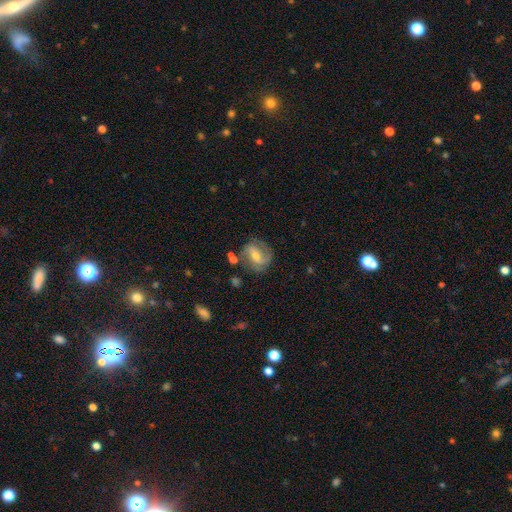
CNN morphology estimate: featured or disk 73%, smooth 20%, star or artifact 7%. Down the decision tree: edge-on disk — no (96%); bar — weak (43%); spiral arms — yes (89%); spiral arm count — 2 (78%); spiral winding — medium (45%); bulge size — moderate (54%); merging — none (70%).